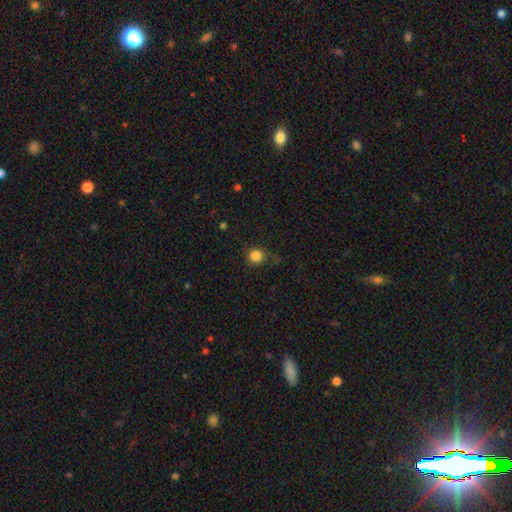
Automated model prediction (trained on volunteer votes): A smooth galaxy with no disk features (84%) that is round (91%).

Vote fractions:
- Smooth or featured? smooth: 84% / star or artifact: 11% / featured or disk: 5%
- How rounded? round: 91% / in between: 8% / cigar-shaped: 1%
- Merging? none: 76% / minor disturbance: 15% / major disturbance: 7% / merger: 2%